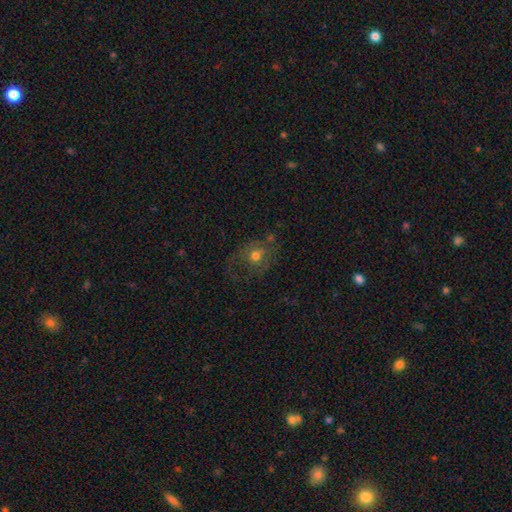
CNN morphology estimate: Smooth or featured: smooth — 50% (featured or disk — 34%)
How rounded: round — 68% (in between — 31%)
Merging: none — 48% (major disturbance — 26%)